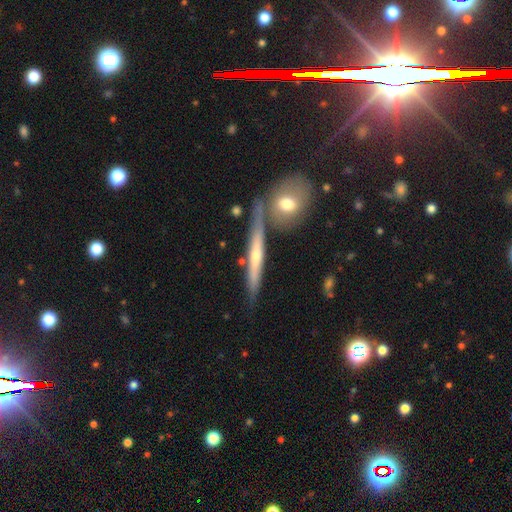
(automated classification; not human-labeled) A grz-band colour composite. It shows a featured or disk galaxy (56%) viewed edge-on (92%) with a rounded central bulge (56%). Merging: none (73%).